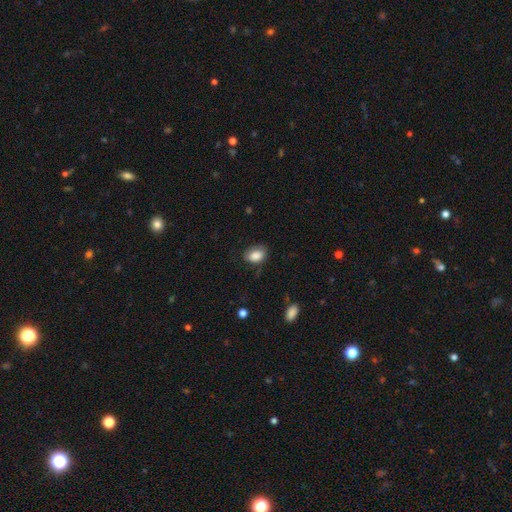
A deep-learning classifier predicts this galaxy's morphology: A smooth galaxy with no disk features (86%) that is in between round and cigar-shaped (79%). Merging: none (70%).